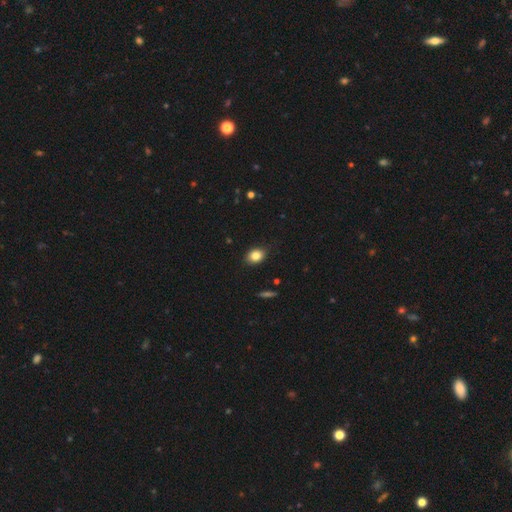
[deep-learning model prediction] Morphology: type=smooth (83%); roundness=in between (64%); merging=none (85%).